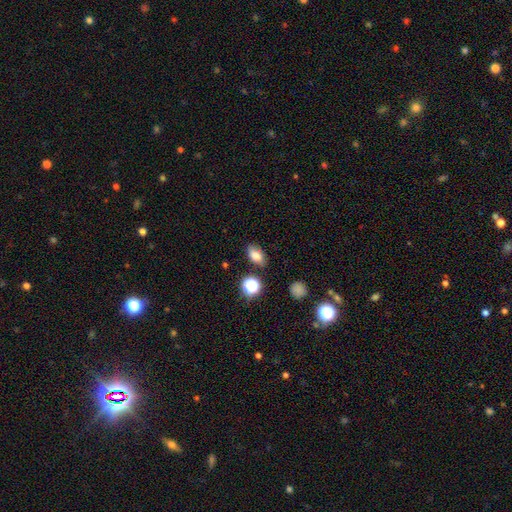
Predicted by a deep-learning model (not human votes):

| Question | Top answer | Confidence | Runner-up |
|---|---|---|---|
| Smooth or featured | smooth | 78% | star or artifact (13%) |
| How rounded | in between | 83% | round (13%) |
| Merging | none | 80% | minor disturbance (13%) |